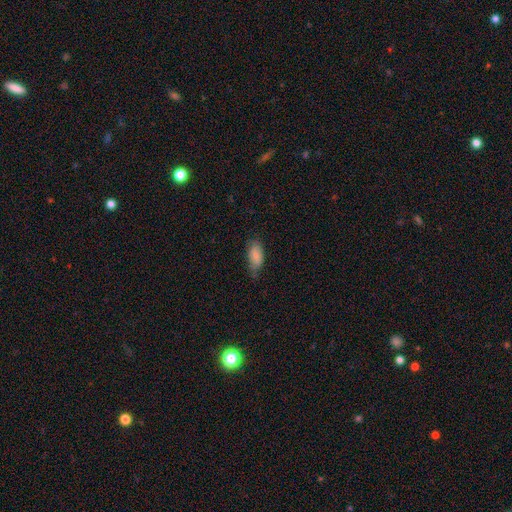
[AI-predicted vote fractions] smooth 81%, featured or disk 13%, star or artifact 7%. Down the decision tree: how rounded — in between (92%); merging — none (58%).